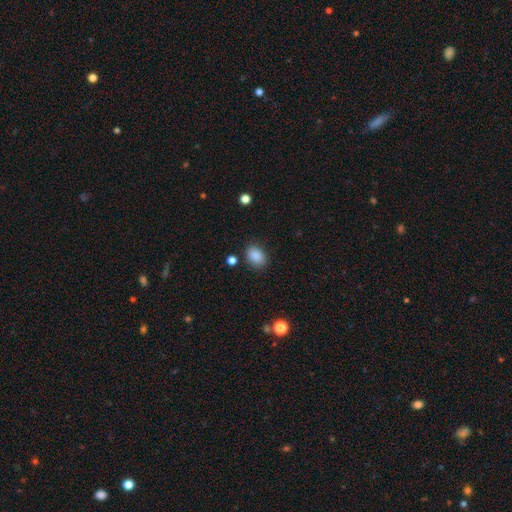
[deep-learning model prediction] This appears to be a smooth galaxy with no disk features (87%) that is in between round and cigar-shaped (68%). Merging: none (83%).